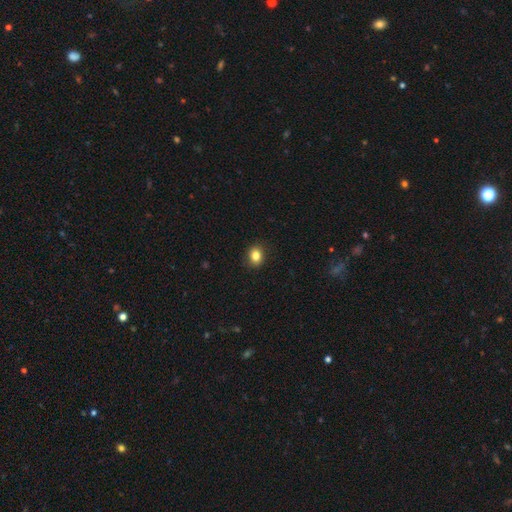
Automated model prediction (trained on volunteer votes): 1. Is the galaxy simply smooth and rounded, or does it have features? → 83% smooth, 10% star or artifact, 6% featured or disk.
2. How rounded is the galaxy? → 55% round, 44% in between, 1% cigar-shaped.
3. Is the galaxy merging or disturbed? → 89% none, 8% minor disturbance, 2% major disturbance, 1% merger.